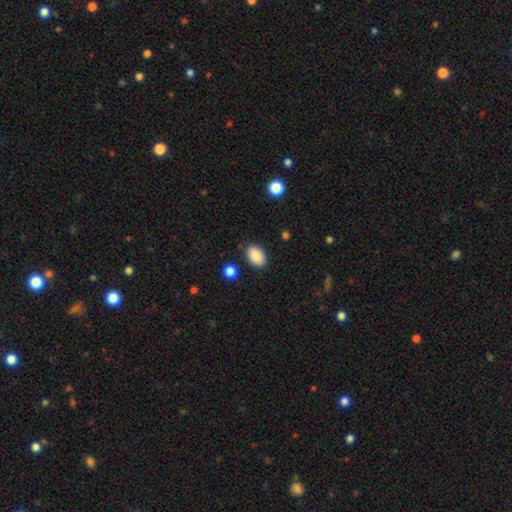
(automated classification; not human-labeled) Smooth or featured?
  - smooth: 89% *
  - star or artifact: 7%
  - featured or disk: 4%
How rounded?
  - in between: 86% *
  - round: 13%
  - cigar-shaped: 1%
Merging?
  - none: 85% *
  - minor disturbance: 10%
  - major disturbance: 3%
  - merger: 2%